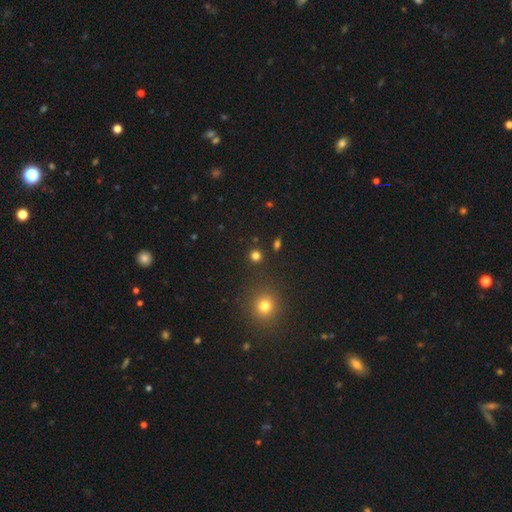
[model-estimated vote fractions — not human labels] The model was most divided on "smooth or featured": smooth: 76%, star or artifact: 19%, featured or disk: 4%. More confident: how rounded — round (91%); merging — none (88%).